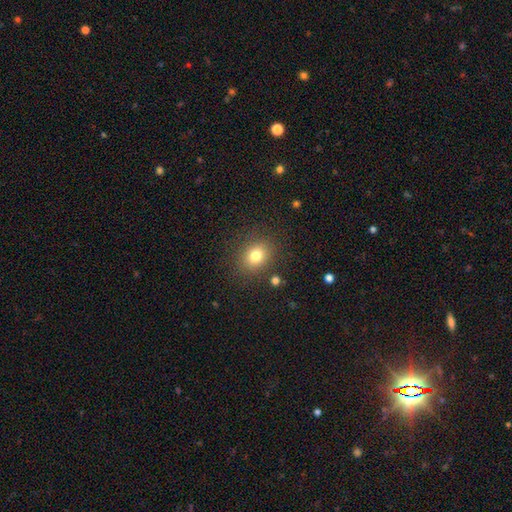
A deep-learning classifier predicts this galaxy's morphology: A smooth galaxy with no disk features (79%) that is round (60%).

Vote fractions:
- Smooth or featured? smooth: 79% / star or artifact: 13% / featured or disk: 9%
- How rounded? round: 60% / in between: 40% / cigar-shaped: 1%
- Merging? none: 85% / minor disturbance: 9% / major disturbance: 4% / merger: 2%